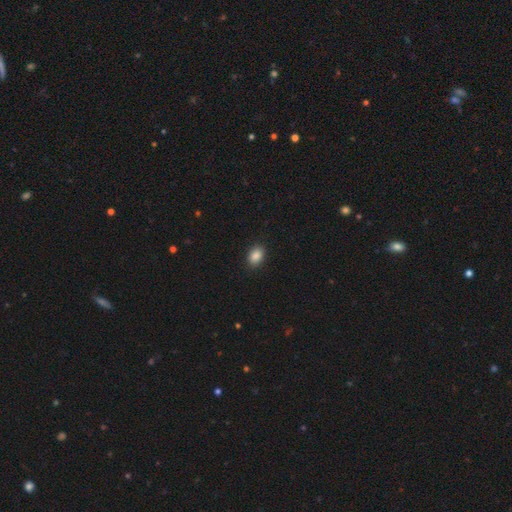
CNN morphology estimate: Q: Smooth or featured?
A: smooth (88%); runner-up: star or artifact (9%)
Q: How rounded?
A: in between (78%); runner-up: round (21%)
Q: Merging?
A: none (89%); runner-up: minor disturbance (8%)